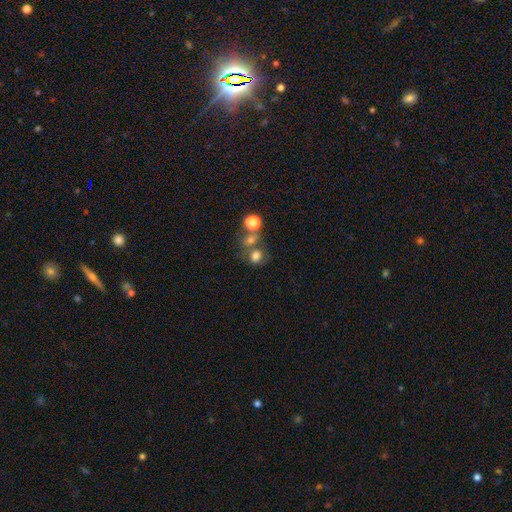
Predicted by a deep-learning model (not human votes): smooth-or-featured: smooth: 71% | star or artifact: 16% | featured or disk: 13%
  how-rounded: round: 62% | in between: 37% | cigar-shaped: 1%
  merging: none: 42% | merger: 37% | minor disturbance: 12% | major disturbance: 8%